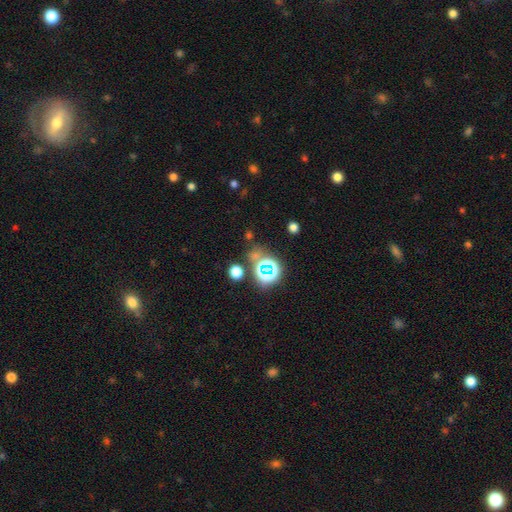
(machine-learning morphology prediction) Smooth or featured? star or artifact (64%)